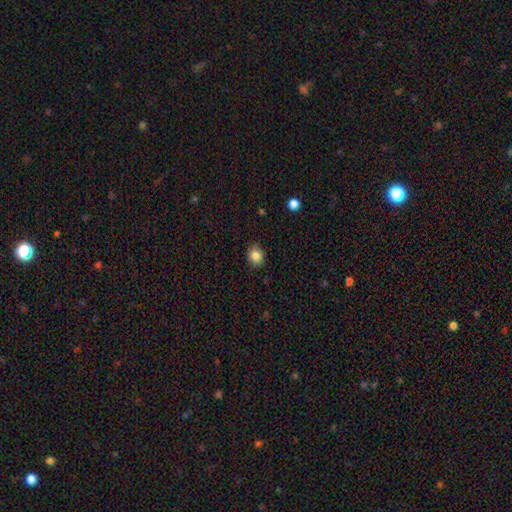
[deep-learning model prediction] Smooth or featured? Predicted: smooth (p=0.85). How rounded? Predicted: round (p=0.70). Merging? Predicted: none (p=0.87).